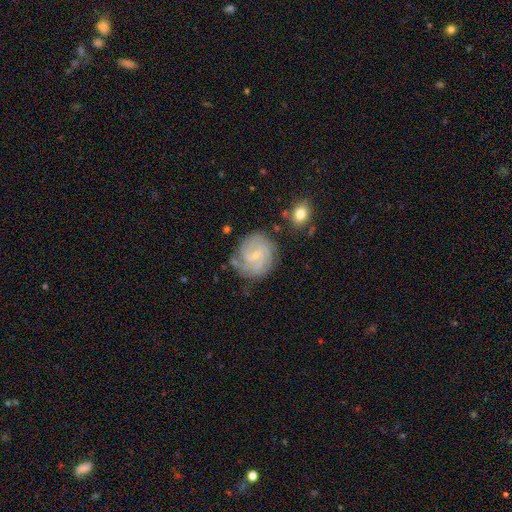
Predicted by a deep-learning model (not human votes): Overall: featured or disk (82%). Edge-on disk: no (98%). Bar: weak (50%; no 40%). Spiral arms: yes (96%). Spiral arm count: 3 (26%, tied with can't tell). Spiral winding: tight (65%; medium 29%). Bulge size: small (77%). Merging: none (73%).